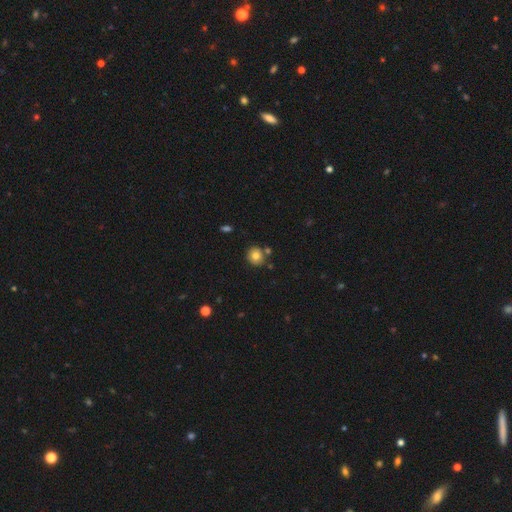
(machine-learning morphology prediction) A smooth galaxy with no disk features (79%) that is round (87%). Merging: none (79%).